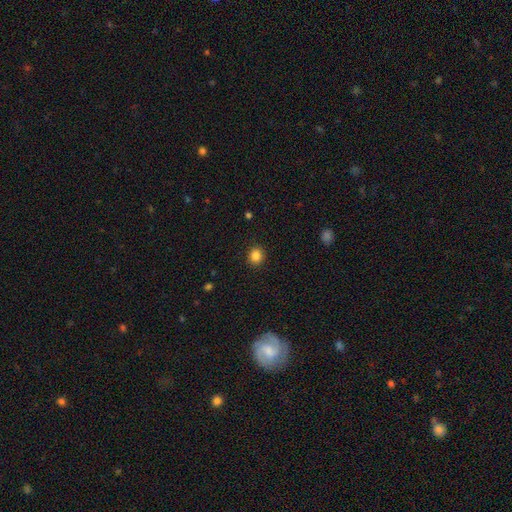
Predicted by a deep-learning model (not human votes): Smooth or featured?
  - smooth: 85% *
  - star or artifact: 11%
  - featured or disk: 4%
How rounded?
  - round: 83% *
  - in between: 16%
  - cigar-shaped: 1%
Merging?
  - none: 91% *
  - minor disturbance: 6%
  - major disturbance: 2%
  - merger: 1%